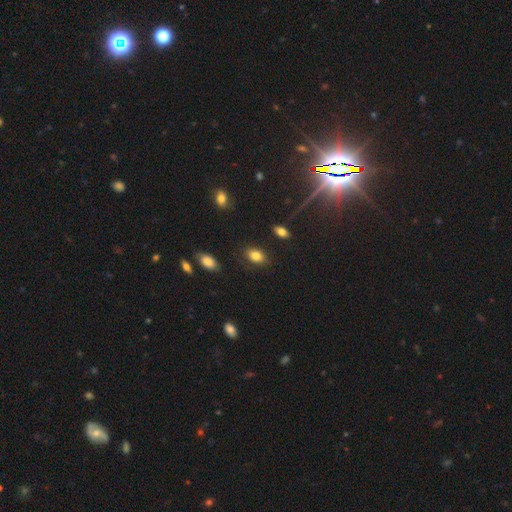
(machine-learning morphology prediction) type=smooth (83%); roundness=in between (87%); merging=none (83%).